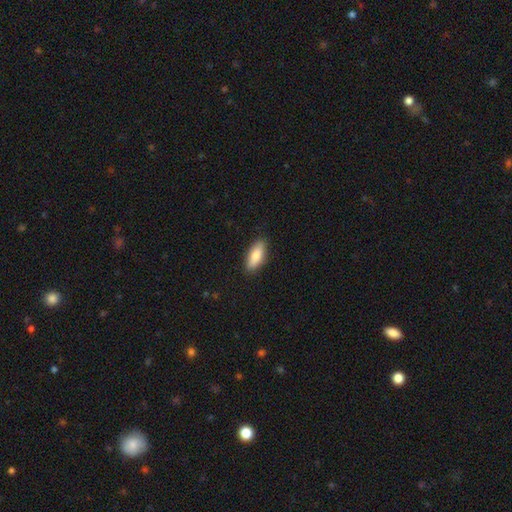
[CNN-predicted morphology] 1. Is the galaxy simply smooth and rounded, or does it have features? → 81% smooth, 13% featured or disk, 6% star or artifact.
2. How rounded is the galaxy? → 75% in between, 23% cigar-shaped, 2% round.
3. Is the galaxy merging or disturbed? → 88% none, 9% minor disturbance, 2% major disturbance, 1% merger.